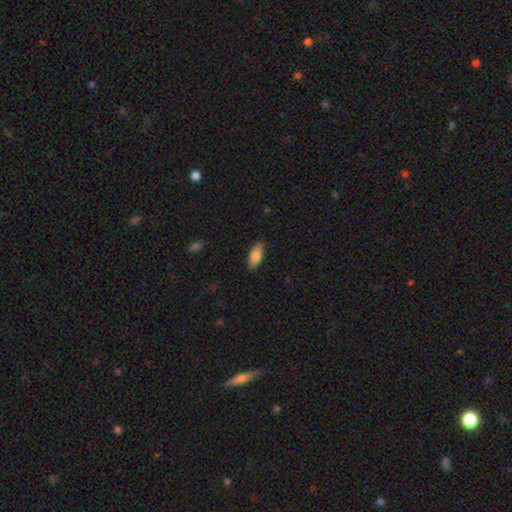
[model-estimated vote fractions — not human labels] The model was most divided on "merging": none: 83%, minor disturbance: 14%, major disturbance: 2%, merger: 1%. More confident: how rounded — in between (85%); smooth or featured — smooth (83%).